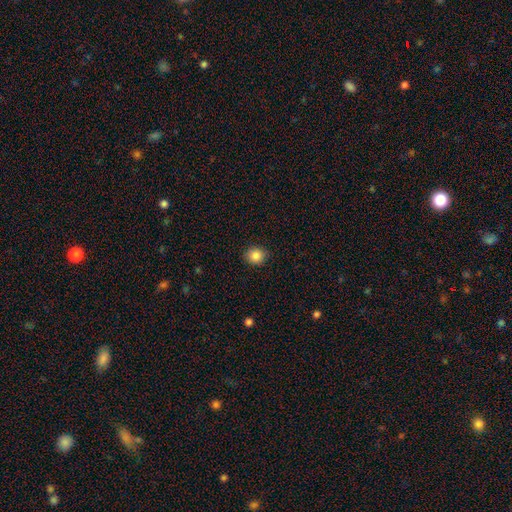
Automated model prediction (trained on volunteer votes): This appears to be a smooth galaxy with no disk features (86%) that is round (83%). Merging: none (89%).